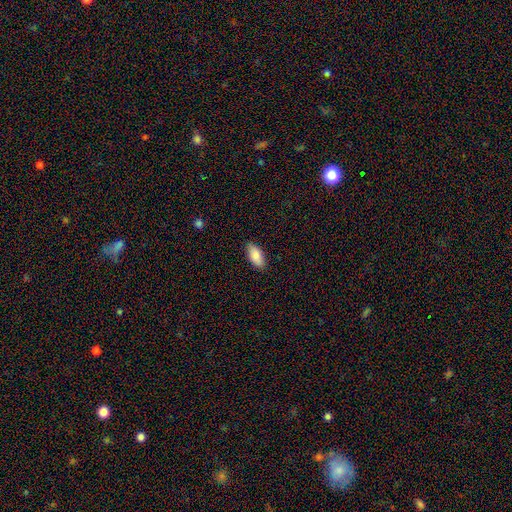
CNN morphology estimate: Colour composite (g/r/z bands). It shows a smooth galaxy with no disk features (86%) that is in between round and cigar-shaped (90%). Merging: none (87%).